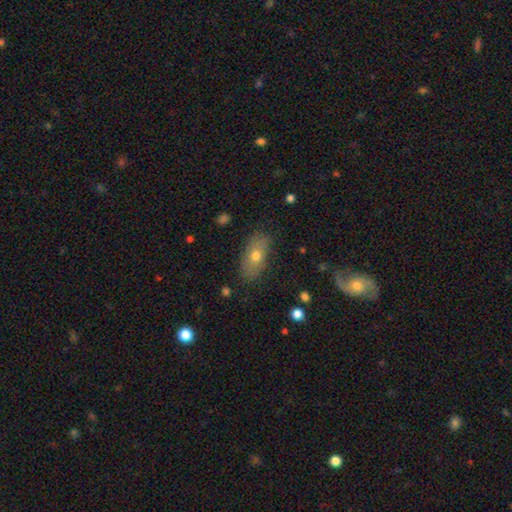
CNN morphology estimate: type=smooth (57%); roundness=in between (84%); merging=none (80%).